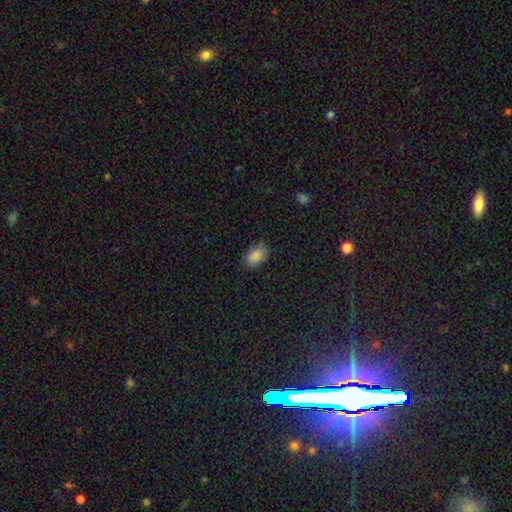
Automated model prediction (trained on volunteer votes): A smooth galaxy with no disk features (86%) that is in between round and cigar-shaped (86%).

Vote fractions:
- Smooth or featured? smooth: 86% / star or artifact: 9% / featured or disk: 5%
- How rounded? in between: 86% / round: 13% / cigar-shaped: 1%
- Merging? none: 74% / minor disturbance: 21% / major disturbance: 4% / merger: 1%